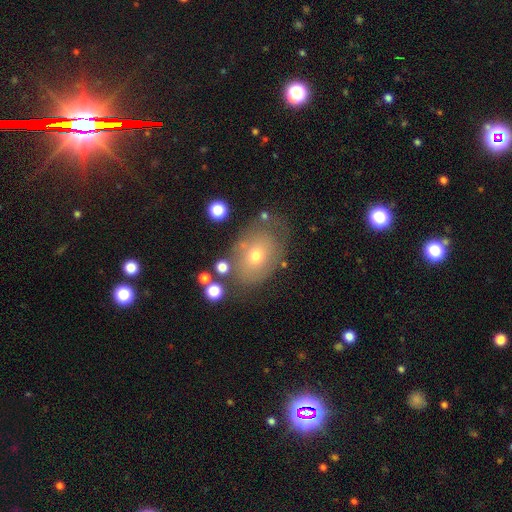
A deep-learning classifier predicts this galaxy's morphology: smooth-or-featured: smooth: 52% | featured or disk: 35% | star or artifact: 13%
  how-rounded: in between: 74% | round: 25% | cigar-shaped: 1%
  merging: none: 68% | minor disturbance: 19% | major disturbance: 8% | merger: 4%